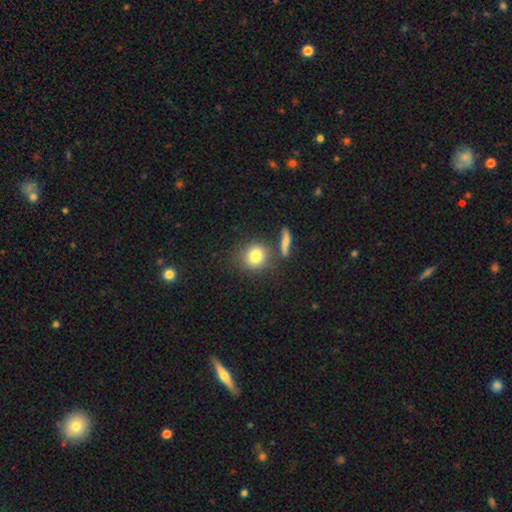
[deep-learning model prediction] Q: Smooth or featured?
A: smooth (80%); runner-up: featured or disk (10%)
Q: How rounded?
A: round (84%); runner-up: in between (14%)
Q: Merging?
A: none (73%); runner-up: merger (12%)